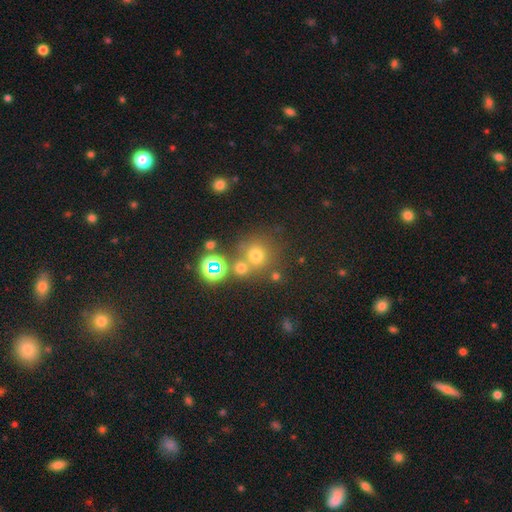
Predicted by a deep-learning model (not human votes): Smooth or featured? smooth (63%)
How rounded? round (91%)
Merging? none (67%)